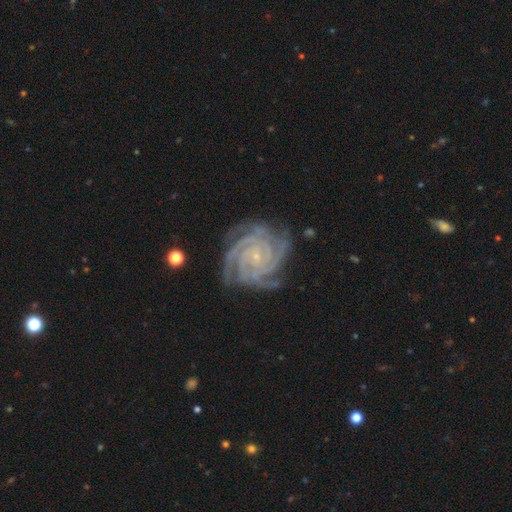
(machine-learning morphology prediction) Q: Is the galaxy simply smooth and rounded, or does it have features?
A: featured or disk — 92%.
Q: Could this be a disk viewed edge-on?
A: no — 98%.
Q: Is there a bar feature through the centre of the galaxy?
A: no — 69%.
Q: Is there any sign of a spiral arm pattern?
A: yes — 99%.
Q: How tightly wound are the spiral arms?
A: tight — 83%.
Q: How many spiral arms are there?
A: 4 — 42%.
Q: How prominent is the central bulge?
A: small — 86%.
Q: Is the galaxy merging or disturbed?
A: none — 78%.